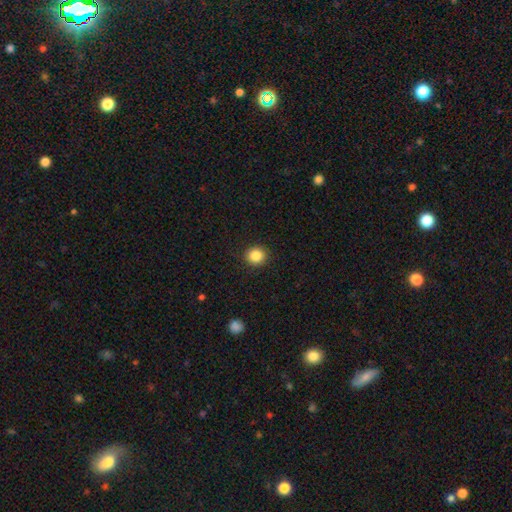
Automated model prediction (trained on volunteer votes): Smooth or featured?
  - smooth: 86% *
  - star or artifact: 10%
  - featured or disk: 4%
How rounded?
  - round: 91% *
  - in between: 9%
  - cigar-shaped: 1%
Merging?
  - none: 92% *
  - minor disturbance: 5%
  - major disturbance: 2%
  - merger: 1%